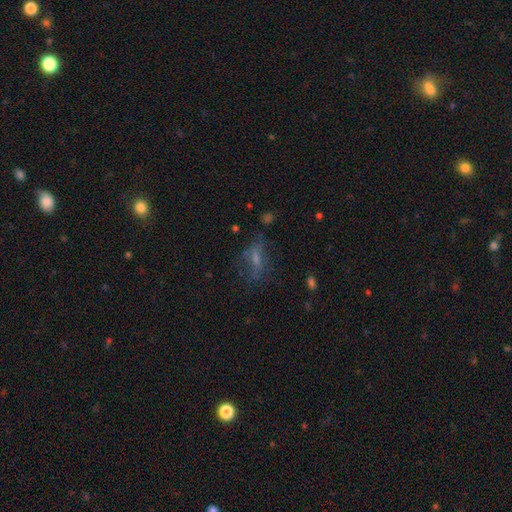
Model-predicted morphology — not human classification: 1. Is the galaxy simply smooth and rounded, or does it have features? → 37% featured or disk, 35% smooth, 28% star or artifact.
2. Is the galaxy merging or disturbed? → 57% none, 20% minor disturbance, 19% major disturbance, 4% merger.